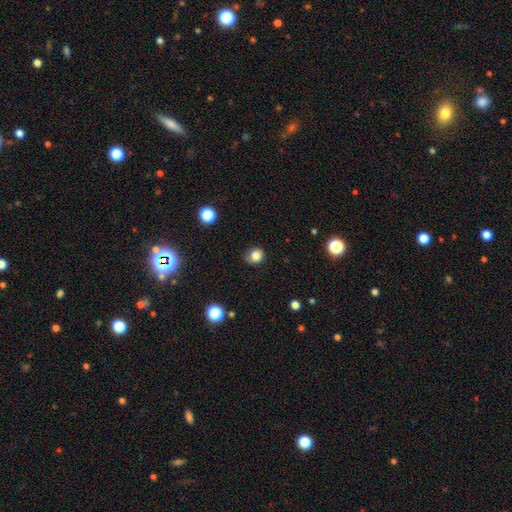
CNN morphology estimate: A smooth galaxy with no disk features (81%) that is round (76%).

Vote fractions:
- Smooth or featured? smooth: 81% / star or artifact: 12% / featured or disk: 7%
- How rounded? round: 76% / in between: 23% / cigar-shaped: 1%
- Merging? none: 74% / minor disturbance: 20% / major disturbance: 5% / merger: 1%